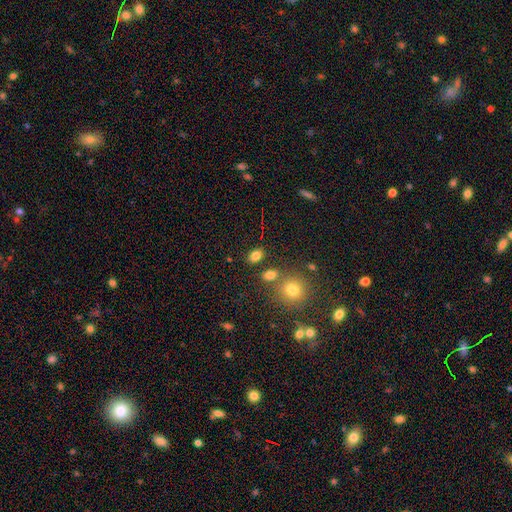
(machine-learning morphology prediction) Overall: smooth (81%). How rounded: in between (78%). Merging: none (77%).